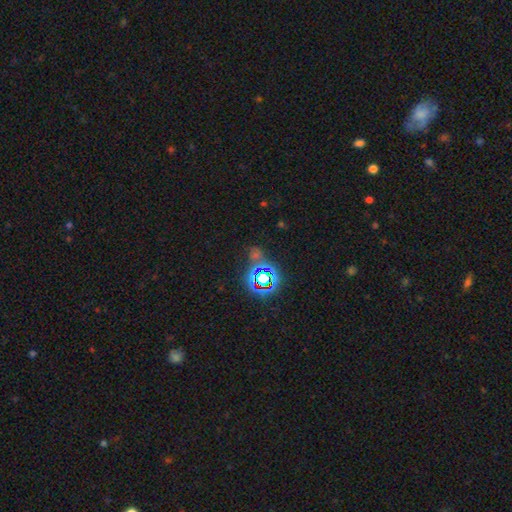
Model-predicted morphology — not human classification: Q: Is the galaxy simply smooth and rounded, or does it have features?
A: star or artifact — 71%.